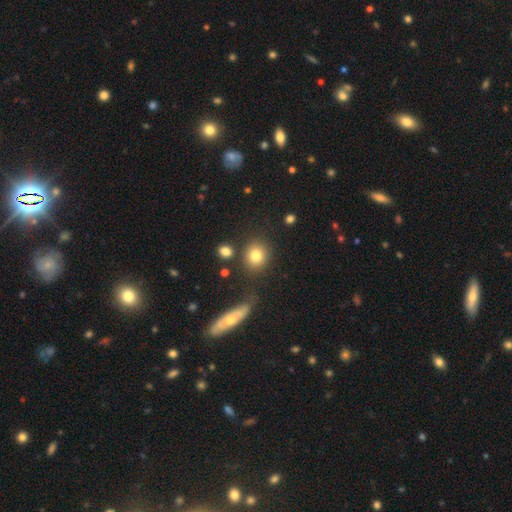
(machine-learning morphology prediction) smooth 81%, star or artifact 10%, featured or disk 9%. Down the decision tree: how rounded — round (76%); merging — none (78%).